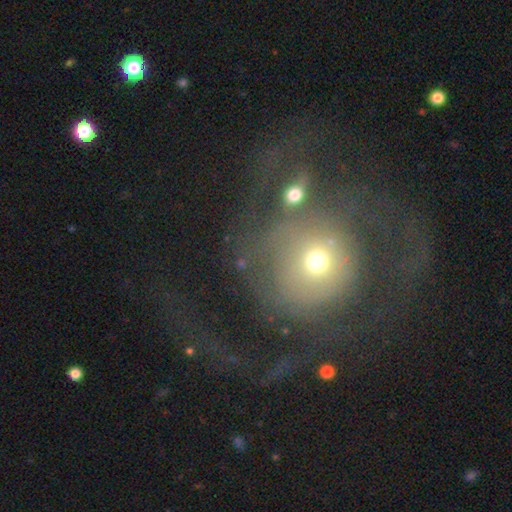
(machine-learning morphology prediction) A featured or disk galaxy (59%) with no bar (85%), spiral arms (51%) and a small central bulge (50%). Merging: major disturbance (44%).